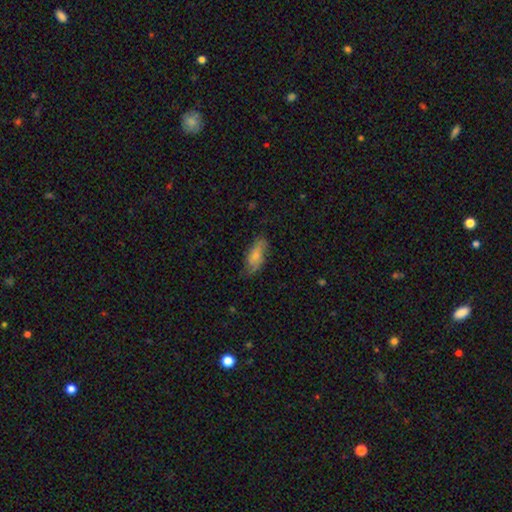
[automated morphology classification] The model was most divided on "smooth or featured": smooth: 51%, featured or disk: 43%, star or artifact: 7%. More confident: how rounded — in between (85%); merging — none (65%).